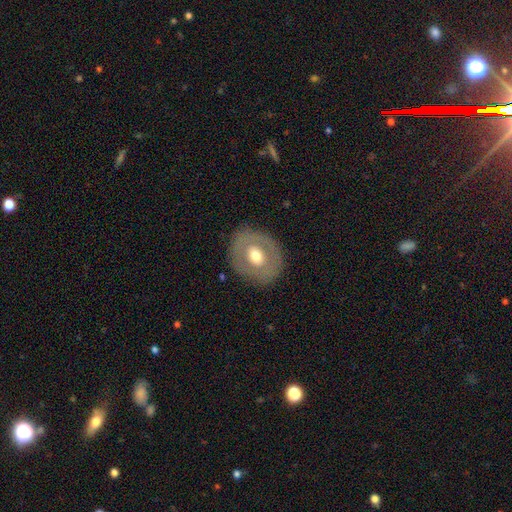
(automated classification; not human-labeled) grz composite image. It shows a smooth galaxy with no disk features (50%) that is round (58%). Merging: none (82%).